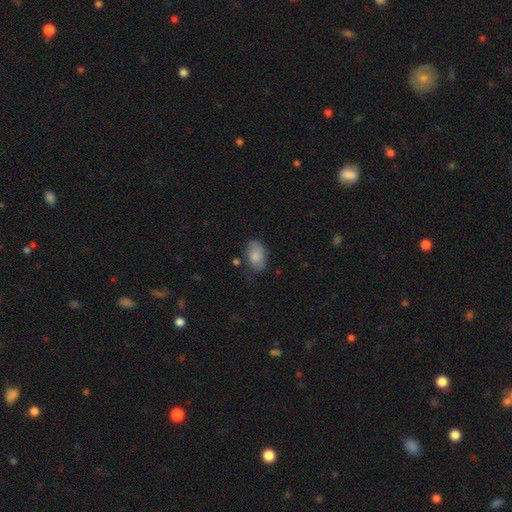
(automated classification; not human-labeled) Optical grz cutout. It shows a smooth galaxy with no disk features (81%) that is in between round and cigar-shaped (88%). Merging: none (60%).